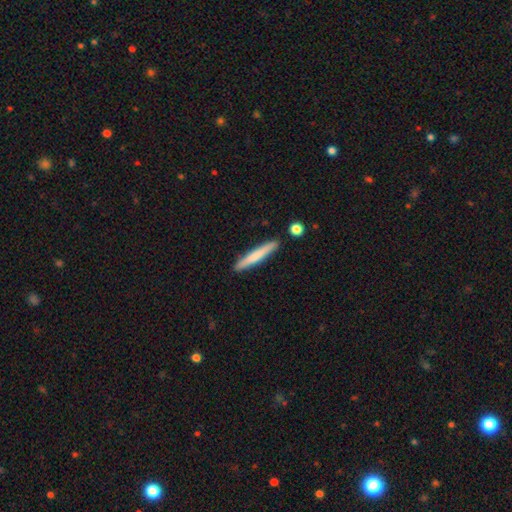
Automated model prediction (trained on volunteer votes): smooth 68%, featured or disk 27%, star or artifact 5%. Down the decision tree: how rounded — cigar-shaped (95%); merging — none (88%).